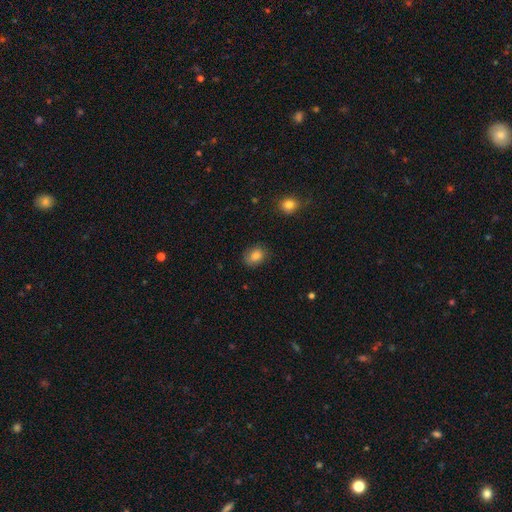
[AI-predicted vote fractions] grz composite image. It shows a smooth galaxy with no disk features (83%) that is in between round and cigar-shaped (60%). Merging: none (79%).